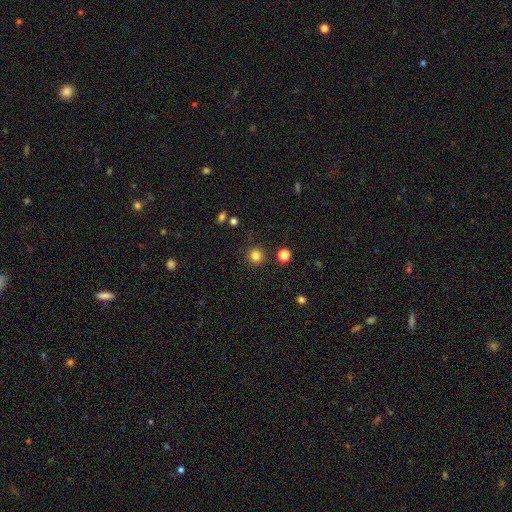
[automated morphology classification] The model was most divided on "smooth or featured": smooth: 83%, star or artifact: 13%, featured or disk: 4%. More confident: how rounded — round (95%); merging — none (90%).